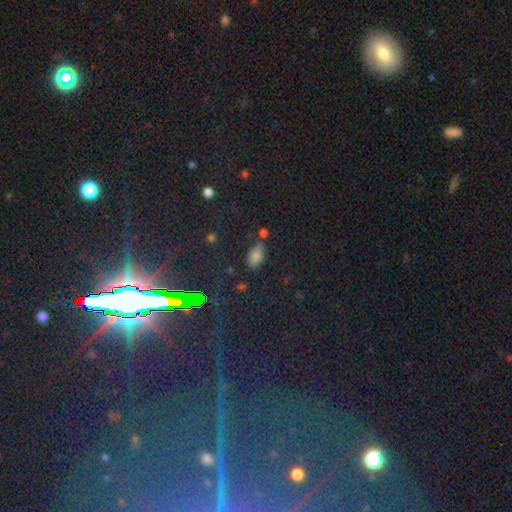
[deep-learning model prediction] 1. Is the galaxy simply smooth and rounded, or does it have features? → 63% smooth, 28% star or artifact, 8% featured or disk.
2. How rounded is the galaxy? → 87% in between, 7% round, 5% cigar-shaped.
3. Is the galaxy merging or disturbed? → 71% none, 16% minor disturbance, 8% merger, 5% major disturbance.